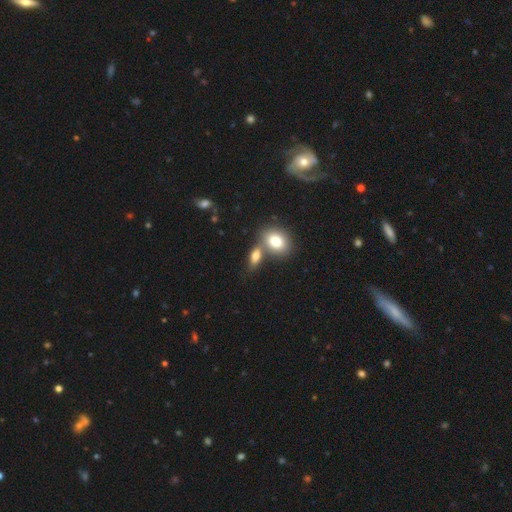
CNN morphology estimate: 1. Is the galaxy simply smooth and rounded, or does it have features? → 78% smooth, 14% featured or disk, 9% star or artifact.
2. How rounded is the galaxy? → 78% in between, 15% round, 7% cigar-shaped.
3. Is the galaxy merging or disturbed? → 43% merger (tied), 43% none (tied), 10% minor disturbance, 4% major disturbance.